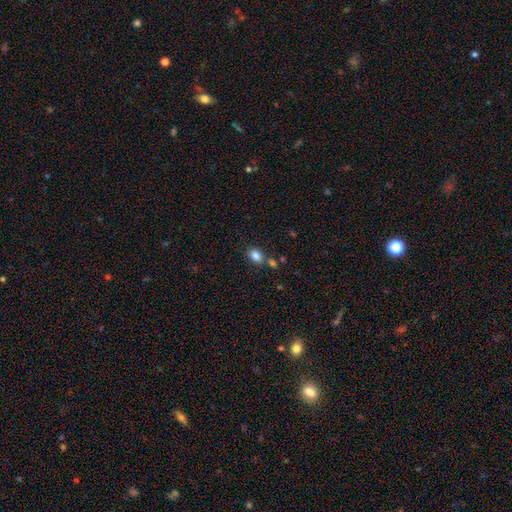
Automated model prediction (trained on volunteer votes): A smooth galaxy with no disk features (85%) that is in between round and cigar-shaped (77%).

Vote fractions:
- Smooth or featured? smooth: 85% / star or artifact: 10% / featured or disk: 6%
- How rounded? in between: 77% / round: 22% / cigar-shaped: 1%
- Merging? none: 67% / merger: 16% / minor disturbance: 13% / major disturbance: 4%